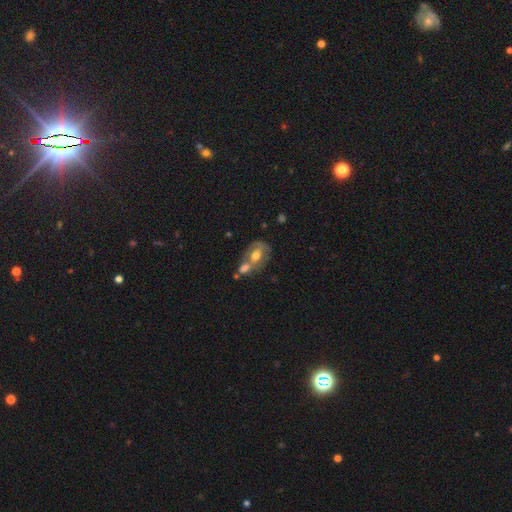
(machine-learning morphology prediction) Q: Smooth or featured?
A: smooth (46%); runner-up: featured or disk (45%)
Q: Merging?
A: merger (56%); runner-up: none (24%)